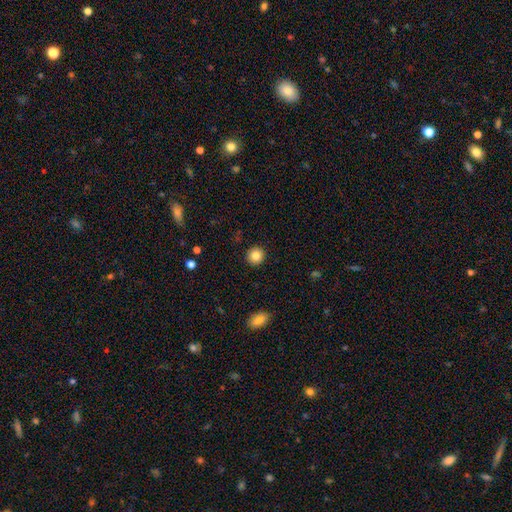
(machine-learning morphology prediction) This is clearly a smooth galaxy (84%). How rounded: clearly round (91%). Merging: clearly none (92%).